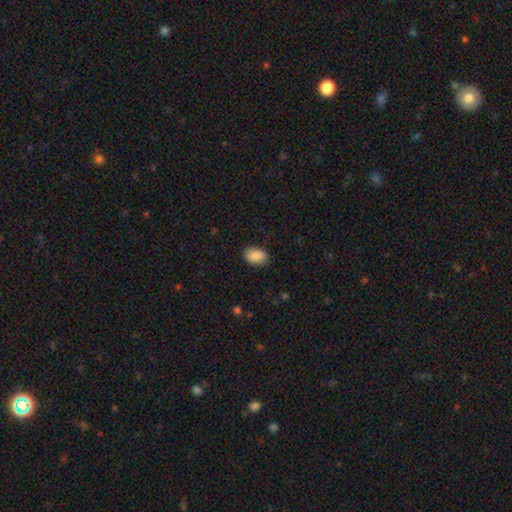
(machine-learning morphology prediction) type=smooth (89%); roundness=in between (87%); merging=none (87%).